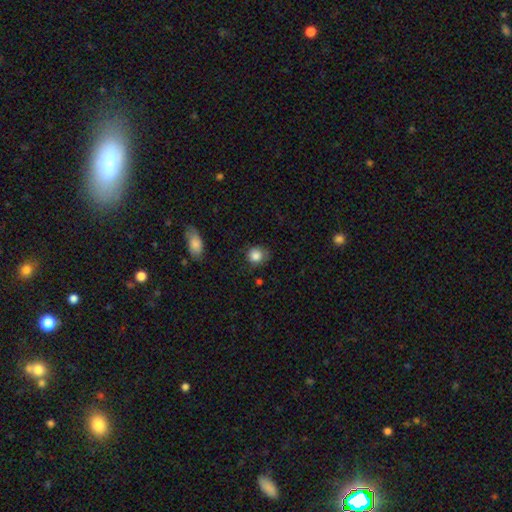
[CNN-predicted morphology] smooth 85%, star or artifact 9%, featured or disk 6%. Down the decision tree: how rounded — round (81%); merging — none (70%).